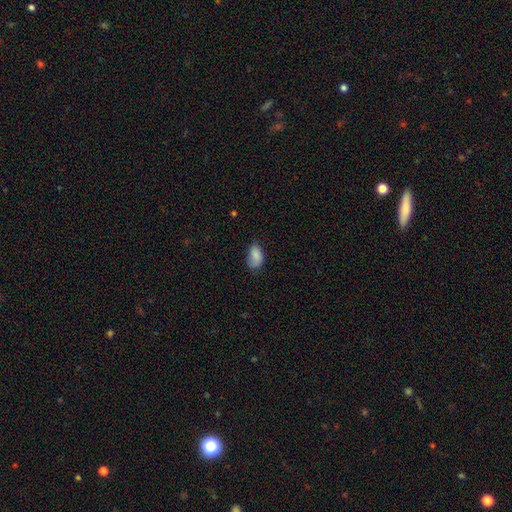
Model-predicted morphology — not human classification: Smooth or featured: smooth — 85% (star or artifact — 8%)
How rounded: in between — 92% (round — 7%)
Merging: none — 59% (minor disturbance — 32%)